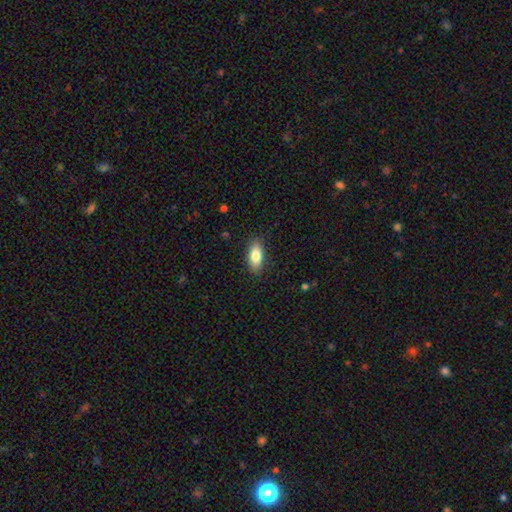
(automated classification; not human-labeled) Morphology: type=smooth (79%); roundness=in between (82%); merging=none (87%).